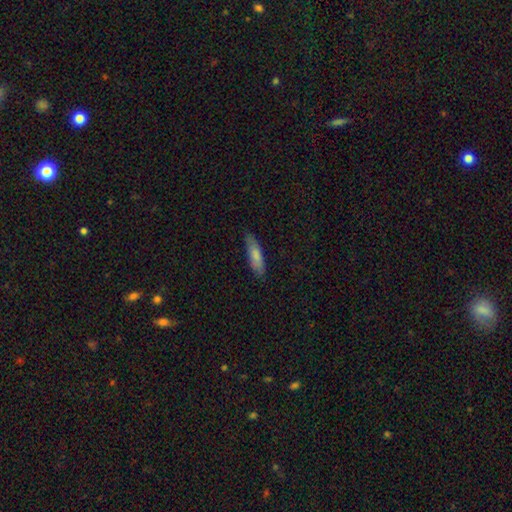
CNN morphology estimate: smooth_or_featured: smooth (p=0.78) [alt: featured or disk p=0.16]
how_rounded: cigar-shaped (p=0.60) [alt: in between p=0.38]
merging: none (p=0.80) [alt: minor disturbance p=0.16]